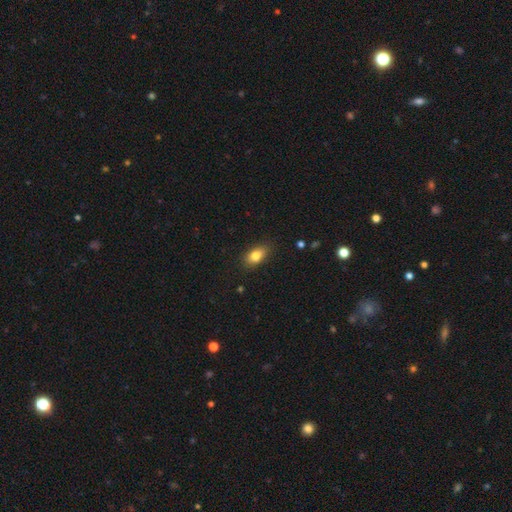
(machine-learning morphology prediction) type=smooth (82%); roundness=in between (85%); merging=none (84%).